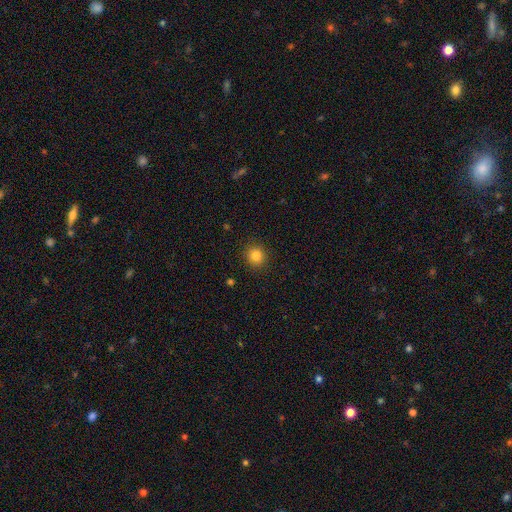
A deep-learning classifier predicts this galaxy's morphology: smooth 83%, star or artifact 12%, featured or disk 5%. Down the decision tree: how rounded — round (92%); merging — none (91%).